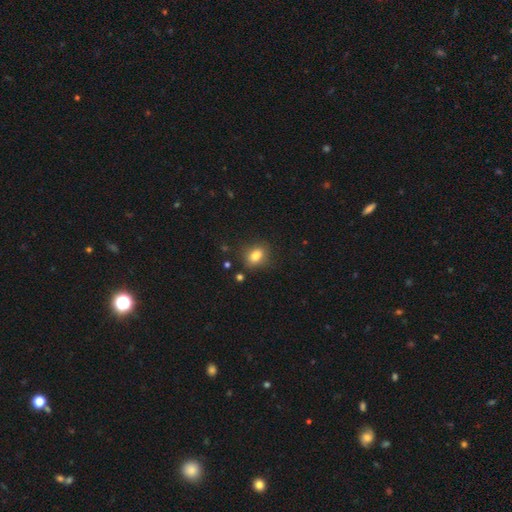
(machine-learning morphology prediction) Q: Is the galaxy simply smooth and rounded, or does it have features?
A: smooth — 82%.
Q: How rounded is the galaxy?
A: in between — 63%.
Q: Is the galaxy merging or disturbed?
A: none — 81%.